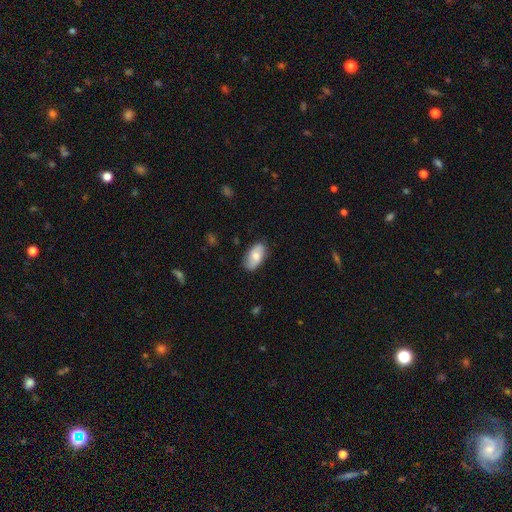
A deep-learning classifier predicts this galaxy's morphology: smooth 62%, featured or disk 32%, star or artifact 6%. Down the decision tree: how rounded — in between (94%); merging — none (80%).